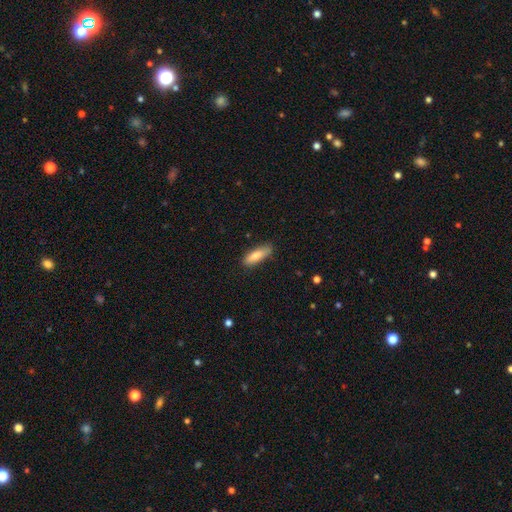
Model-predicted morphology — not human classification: A smooth galaxy with no disk features (79%) that is cigar-shaped (50%).

Vote fractions:
- Smooth or featured? smooth: 79% / featured or disk: 15% / star or artifact: 6%
- How rounded? cigar-shaped: 50% / in between: 48% / round: 2%
- Merging? none: 80% / minor disturbance: 16% / major disturbance: 3% / merger: 1%